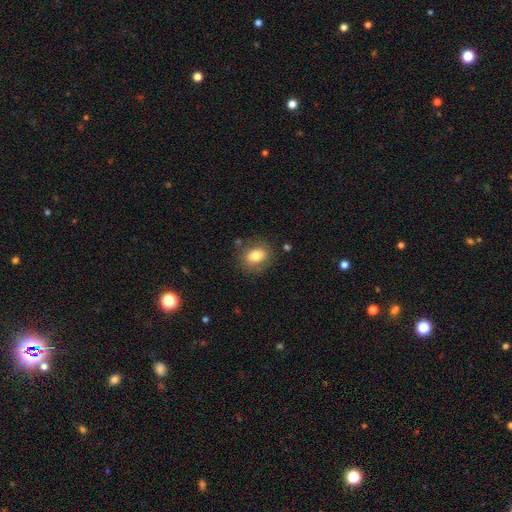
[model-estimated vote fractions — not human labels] Smooth or featured: smooth — 76% (featured or disk — 15%)
How rounded: in between — 57% (round — 42%)
Merging: none — 79% (minor disturbance — 14%)